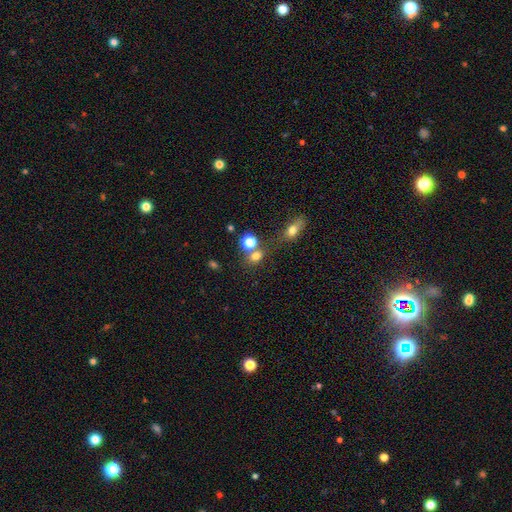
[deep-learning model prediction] smooth-or-featured: smooth: 73% | star or artifact: 18% | featured or disk: 9%
  how-rounded: round: 56% | in between: 41% | cigar-shaped: 2%
  merging: none: 54% | merger: 30% | minor disturbance: 10% | major disturbance: 5%